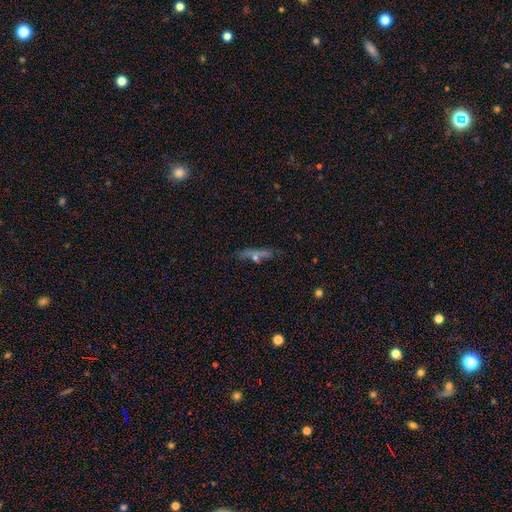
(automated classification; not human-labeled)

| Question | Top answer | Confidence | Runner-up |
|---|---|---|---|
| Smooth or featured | smooth | 43% | featured or disk (42%) |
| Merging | none | 72% | minor disturbance (16%) |